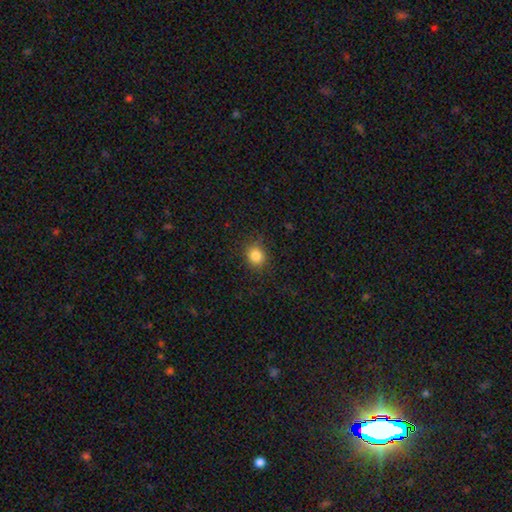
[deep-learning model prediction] Smooth or featured? Predicted: smooth (p=0.84). How rounded? Predicted: round (p=0.77). Merging? Predicted: none (p=0.85).